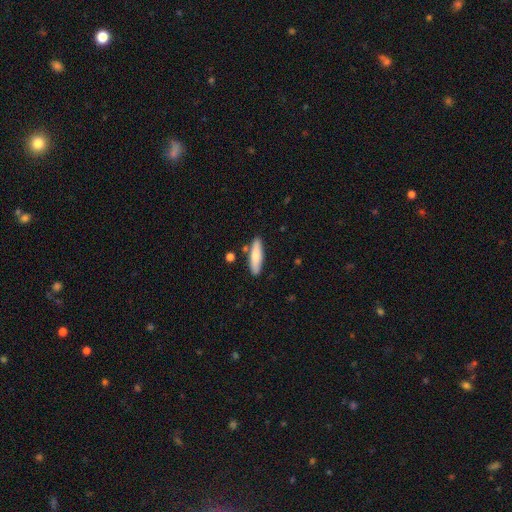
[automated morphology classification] A smooth galaxy with no disk features (77%) that is cigar-shaped (60%).

Vote fractions:
- Smooth or featured? smooth: 77% / featured or disk: 18% / star or artifact: 6%
- How rounded? cigar-shaped: 60% / in between: 38% / round: 2%
- Merging? none: 82% / minor disturbance: 11% / merger: 5% / major disturbance: 2%